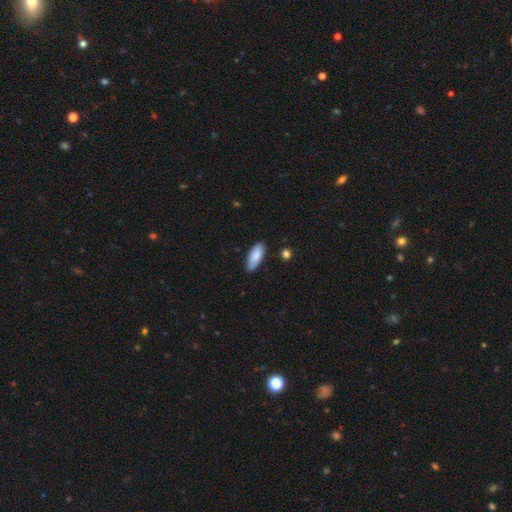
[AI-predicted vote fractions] Smooth or featured? Predicted: smooth (p=0.83). How rounded? Predicted: in between (p=0.78). Merging? Predicted: none (p=0.81).